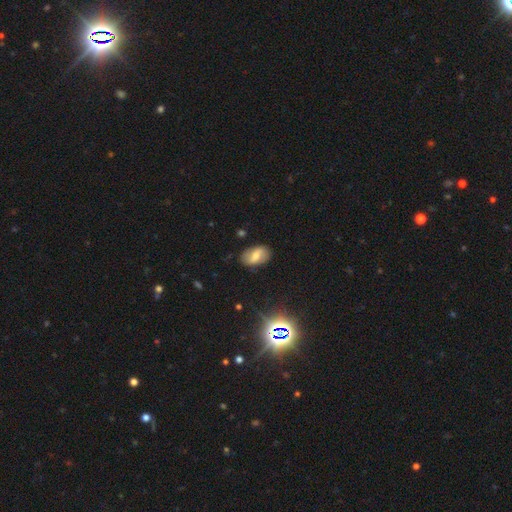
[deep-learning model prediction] A smooth galaxy with no disk features (55%) that is in between round and cigar-shaped (90%).

Vote fractions:
- Smooth or featured? smooth: 55% / featured or disk: 33% / star or artifact: 12%
- How rounded? in between: 90% / round: 7% / cigar-shaped: 2%
- Merging? none: 82% / minor disturbance: 14% / major disturbance: 3% / merger: 1%